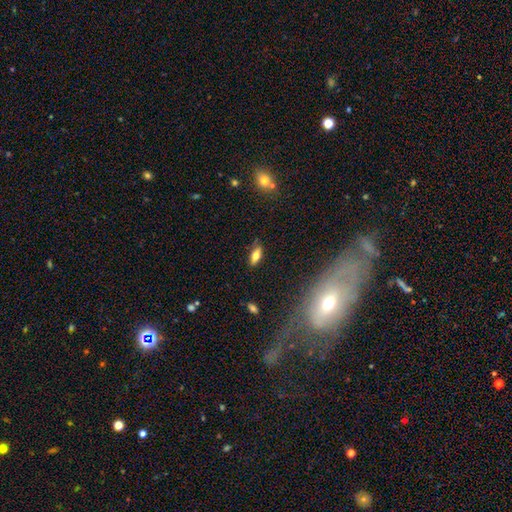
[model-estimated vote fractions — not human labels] Smooth or featured? smooth (69%)
How rounded? in between (78%)
Merging? none (80%)